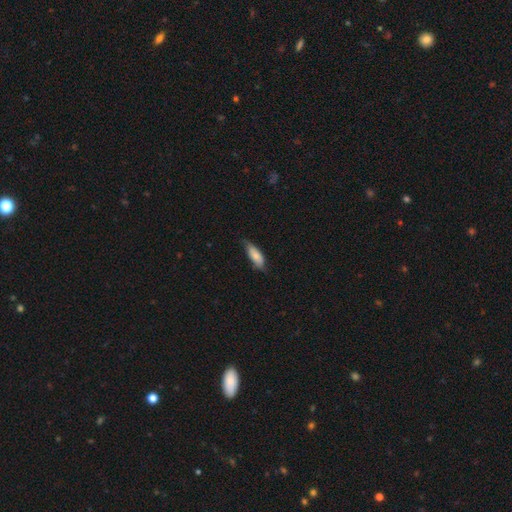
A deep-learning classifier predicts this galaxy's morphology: Q: Smooth or featured?
A: smooth (76%); runner-up: featured or disk (18%)
Q: How rounded?
A: in between (71%); runner-up: cigar-shaped (27%)
Q: Merging?
A: none (60%); runner-up: minor disturbance (32%)